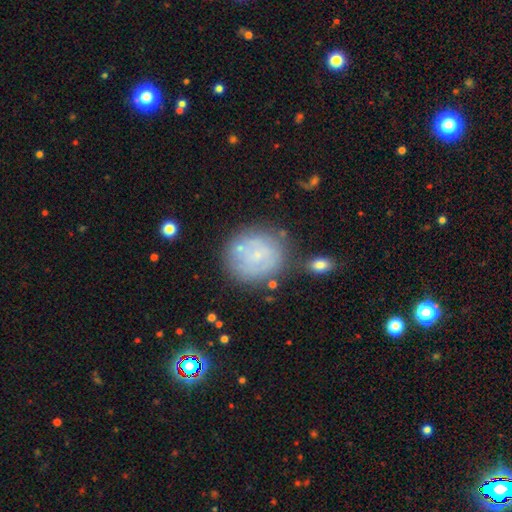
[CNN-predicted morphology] Smooth or featured?
  - smooth: 50% *
  - featured or disk: 38%
  - star or artifact: 12%
Merging?
  - none: 67% *
  - minor disturbance: 17%
  - merger: 9%
  - major disturbance: 7%